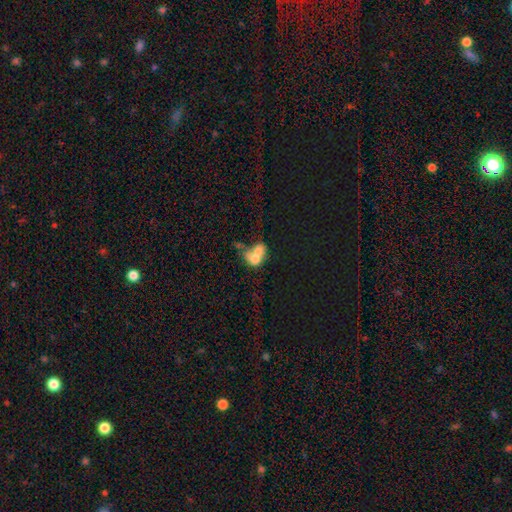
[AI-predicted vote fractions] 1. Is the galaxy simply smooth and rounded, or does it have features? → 61% smooth, 28% featured or disk, 11% star or artifact.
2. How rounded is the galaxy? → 53% in between, 45% round, 2% cigar-shaped.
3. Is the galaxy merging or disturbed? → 75% merger, 13% none, 6% major disturbance, 6% minor disturbance.